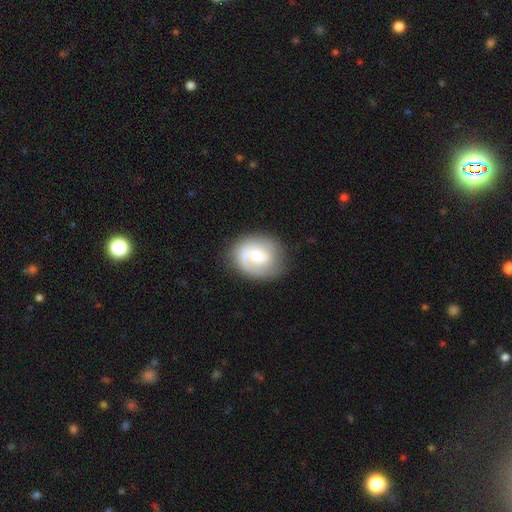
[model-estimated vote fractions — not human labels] smooth_or_featured: featured or disk (p=0.61) [alt: smooth p=0.33]
disk_edge_on: no (p=0.98) [alt: yes p=0.02]
bar: no (p=0.54) [alt: weak p=0.39]
has_spiral_arms: yes (p=0.88) [alt: no p=0.12]
spiral_winding: tight (p=0.39) [alt: medium p=0.38]
spiral_arm_count: 1 (p=0.52) [alt: 2 p=0.33]
bulge_size: moderate (p=0.45) [alt: small p=0.34]
merging: none (p=0.74) [alt: minor disturbance p=0.16]